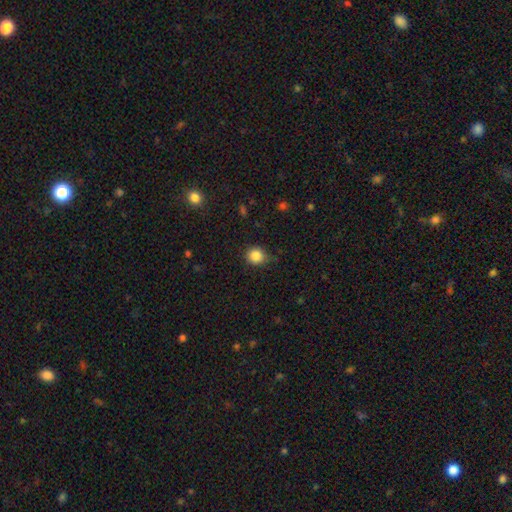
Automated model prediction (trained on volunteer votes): This is clearly a smooth galaxy (86%). How rounded: clearly round (87%). Merging: likely none (76%).